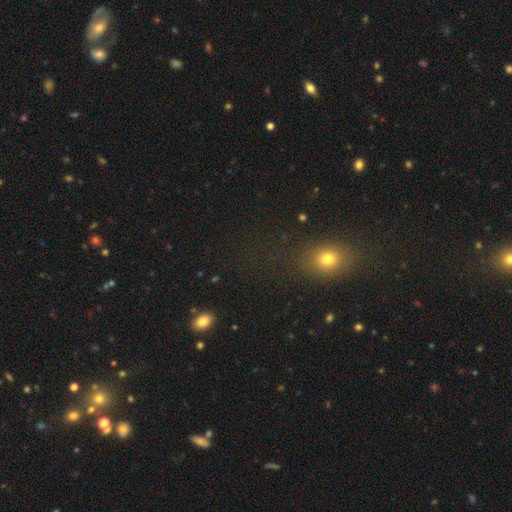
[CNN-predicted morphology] Smooth or featured: smooth — 53% (star or artifact — 38%)
How rounded: round — 54% (in between — 41%)
Merging: none — 79% (minor disturbance — 12%)